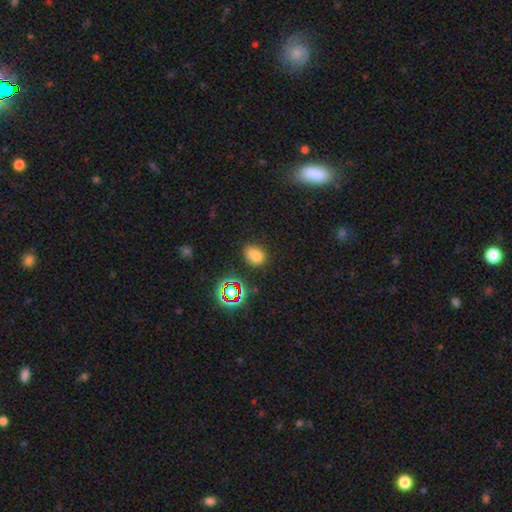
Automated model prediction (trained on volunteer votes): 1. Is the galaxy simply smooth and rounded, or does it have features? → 71% smooth, 22% star or artifact, 8% featured or disk.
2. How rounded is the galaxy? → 57% in between, 41% round, 1% cigar-shaped.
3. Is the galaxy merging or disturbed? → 74% none, 17% minor disturbance, 5% major disturbance, 3% merger.